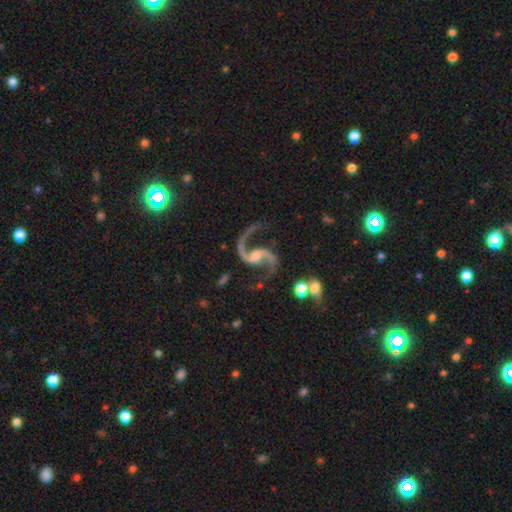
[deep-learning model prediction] A featured or disk galaxy (94%) with no bar (42%), 2 (94%) loose (59%) spiral arms (98%) and a small central bulge (44%). Merging: none (74%).